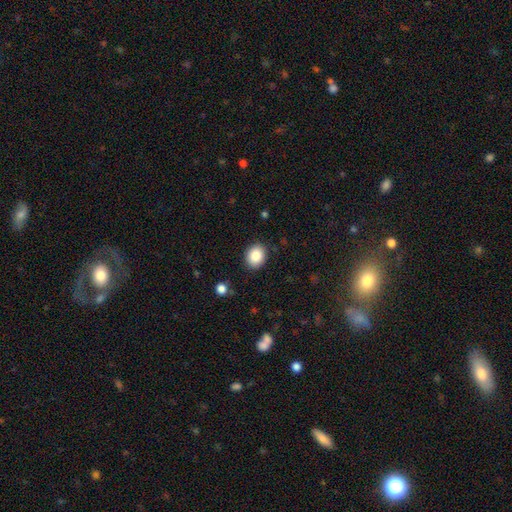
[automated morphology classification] Smooth or featured?
  - smooth: 88% *
  - star or artifact: 8%
  - featured or disk: 4%
How rounded?
  - round: 55% *
  - in between: 45%
  - cigar-shaped: 1%
Merging?
  - none: 88% *
  - minor disturbance: 8%
  - major disturbance: 3%
  - merger: 1%